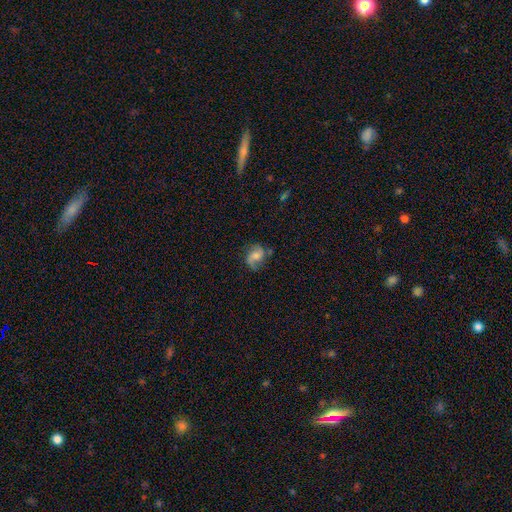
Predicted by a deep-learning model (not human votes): Smooth or featured?
  - featured or disk: 64% *
  - smooth: 27%
  - star or artifact: 9%
Edge-on disk?
  - no: 97% *
  - yes: 3%
Bar?
  - no: 58% *
  - weak: 35%
  - strong: 8%
Spiral arms?
  - yes: 92% *
  - no: 8%
Spiral winding?
  - loose: 48% *
  - medium: 39%
  - tight: 12%
Spiral arm count?
  - 2: 83% *
  - 1: 7%
  - can't tell: 6%
  - 3: 2%
  - 4: 1%
  - more than 4: 1%
Bulge size?
  - moderate: 46% *
  - small: 30%
  - none: 11%
  - large: 11%
  - dominant: 2%
Merging?
  - none: 64% *
  - minor disturbance: 22%
  - major disturbance: 11%
  - merger: 3%